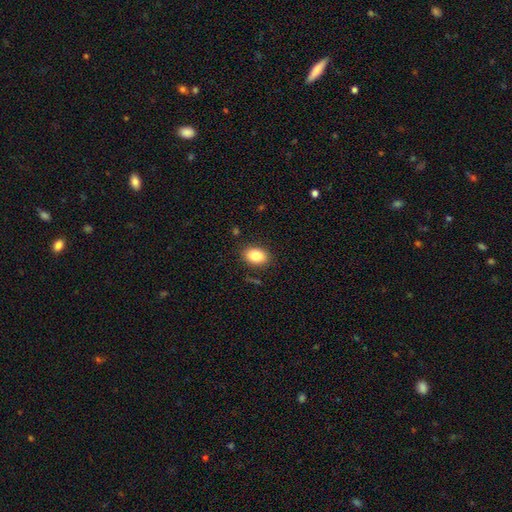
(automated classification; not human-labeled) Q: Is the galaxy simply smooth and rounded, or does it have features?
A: smooth — 85%.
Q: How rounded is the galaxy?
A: in between — 83%.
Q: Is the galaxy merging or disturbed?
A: none — 85%.